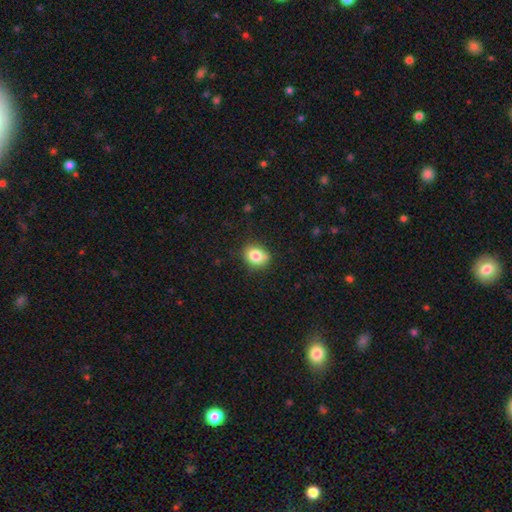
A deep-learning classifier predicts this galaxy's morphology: This appears to be a smooth galaxy with no disk features (83%) that is round (52%). Merging: none (76%).